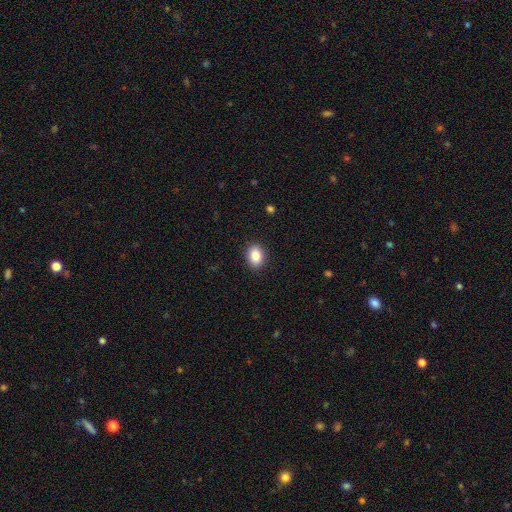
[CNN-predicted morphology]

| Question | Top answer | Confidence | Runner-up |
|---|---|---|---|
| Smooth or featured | smooth | 86% | star or artifact (8%) |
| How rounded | in between | 72% | round (27%) |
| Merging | none | 90% | minor disturbance (7%) |